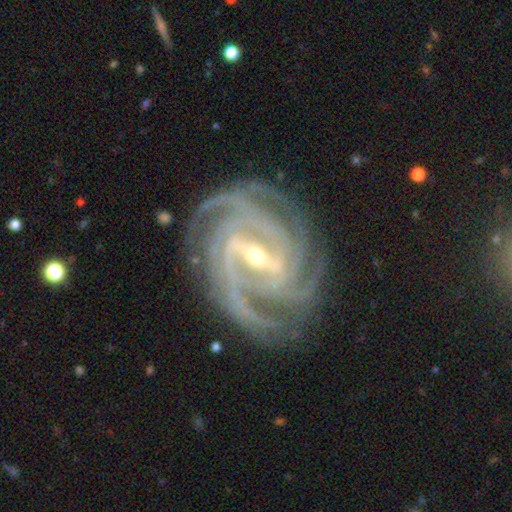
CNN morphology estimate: type=featured or disk (93%); edge-on=no (97%); bar=strong (63%); spiral arms=yes (99%); winding=tight (76%); arm count=4 (38%); bulge=small (55%); merging=none (82%).